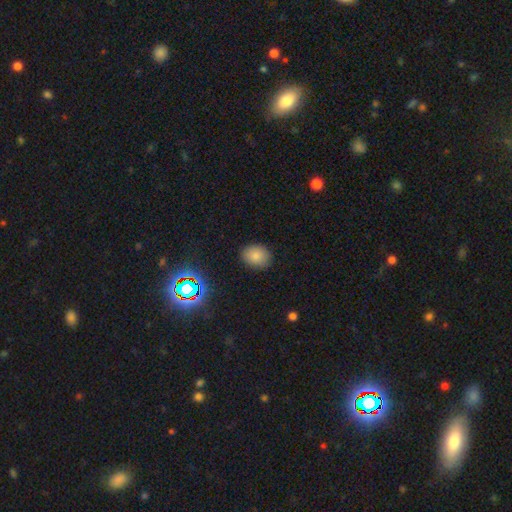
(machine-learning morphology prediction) Smooth or featured?
  - smooth: 80% *
  - star or artifact: 13%
  - featured or disk: 6%
How rounded?
  - in between: 56% *
  - round: 43%
  - cigar-shaped: 1%
Merging?
  - none: 86% *
  - minor disturbance: 10%
  - major disturbance: 3%
  - merger: 1%